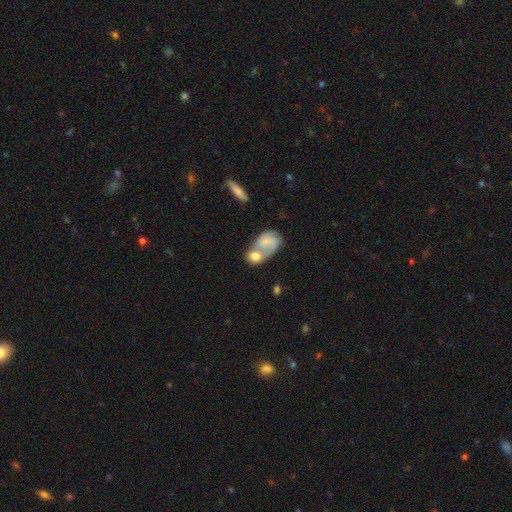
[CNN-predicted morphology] smooth_or_featured: smooth (p=0.71) [alt: featured or disk p=0.21]
how_rounded: in between (p=0.62) [alt: round p=0.36]
merging: merger (p=0.64) [alt: none p=0.19]